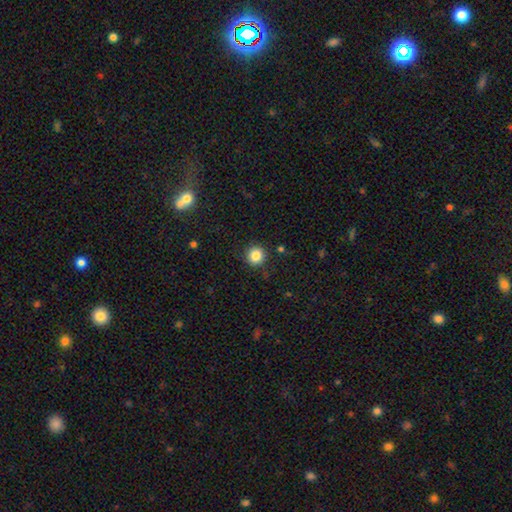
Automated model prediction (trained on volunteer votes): Smooth or featured?
  - smooth: 85% *
  - star or artifact: 10%
  - featured or disk: 5%
How rounded?
  - round: 94% *
  - in between: 5%
  - cigar-shaped: 1%
Merging?
  - none: 90% *
  - minor disturbance: 7%
  - major disturbance: 2%
  - merger: 1%